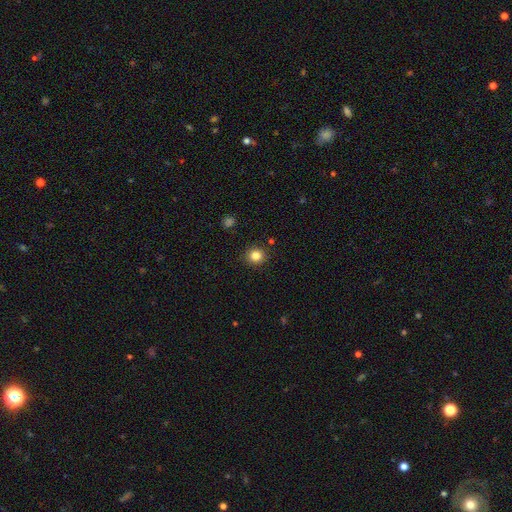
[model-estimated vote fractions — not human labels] smooth_or_featured: smooth (p=0.83) [alt: star or artifact p=0.12]
how_rounded: round (p=0.89) [alt: in between p=0.10]
merging: none (p=0.90) [alt: minor disturbance p=0.06]